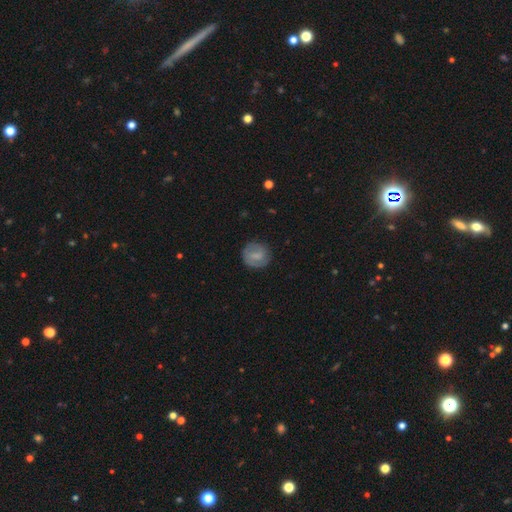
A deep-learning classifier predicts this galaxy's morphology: Overall: smooth (62%; featured or disk 31%). How rounded: round (86%). Merging: none (77%).